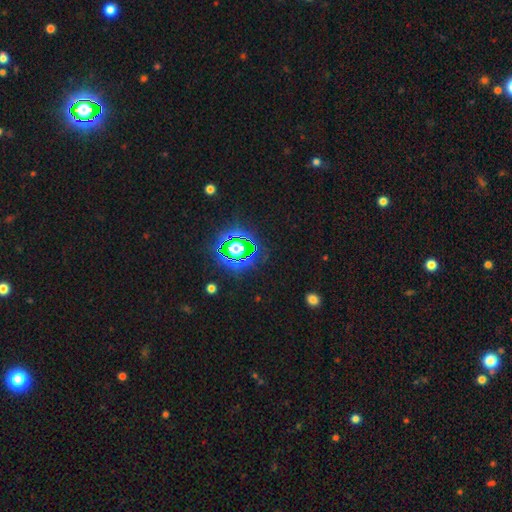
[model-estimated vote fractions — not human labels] Smooth or featured? Predicted: star or artifact (p=0.81).